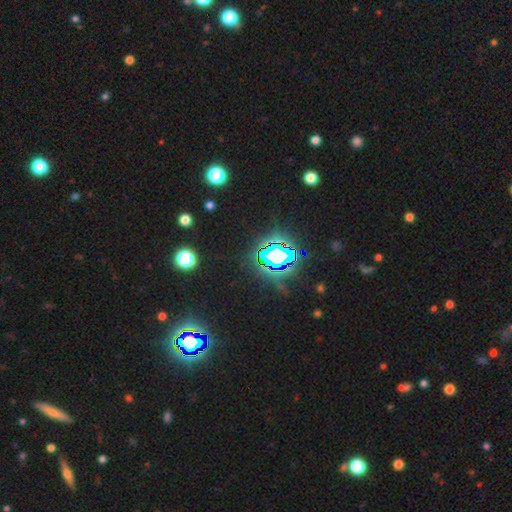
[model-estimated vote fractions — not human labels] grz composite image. It shows a star or artifact, not a galaxy (83%).